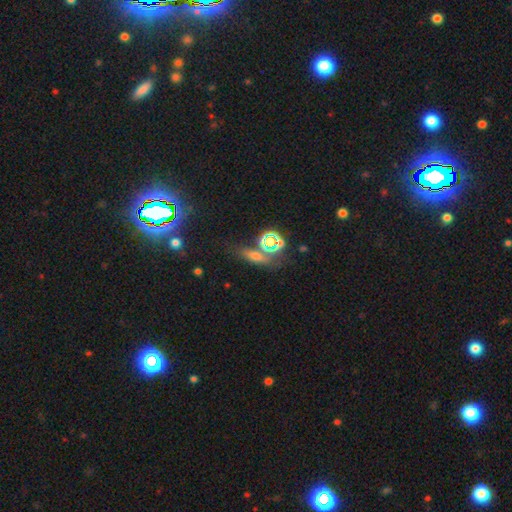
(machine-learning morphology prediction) Q: Smooth or featured?
A: smooth (50%); runner-up: star or artifact (33%)
Q: How rounded?
A: in between (45%); runner-up: cigar-shaped (33%)
Q: Merging?
A: none (65%); runner-up: merger (14%)